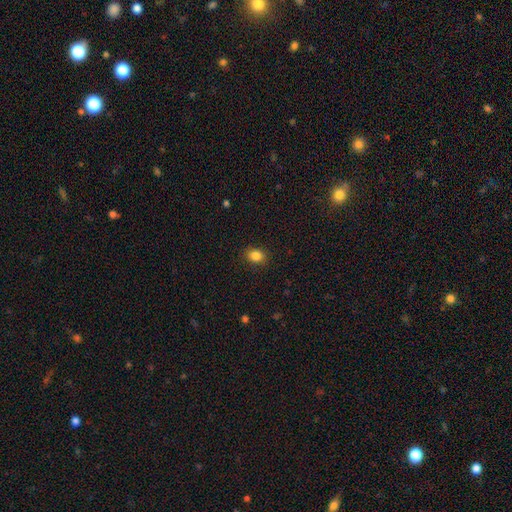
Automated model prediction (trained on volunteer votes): This appears to be a smooth galaxy with no disk features (85%) that is in between round and cigar-shaped (58%). Merging: none (88%).